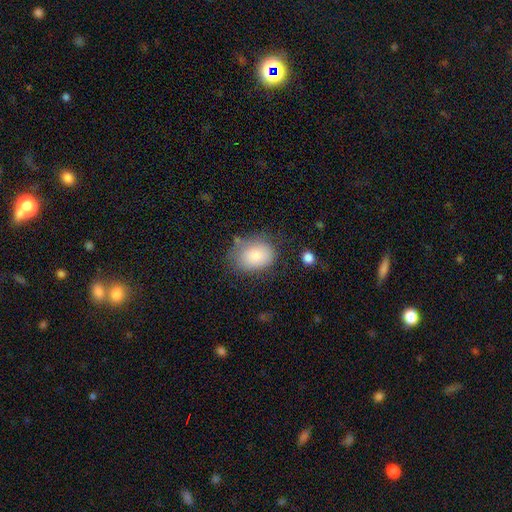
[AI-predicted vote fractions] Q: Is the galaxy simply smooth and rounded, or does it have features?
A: smooth — 84%.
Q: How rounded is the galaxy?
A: in between — 67%.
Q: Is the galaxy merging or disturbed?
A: none — 58%.